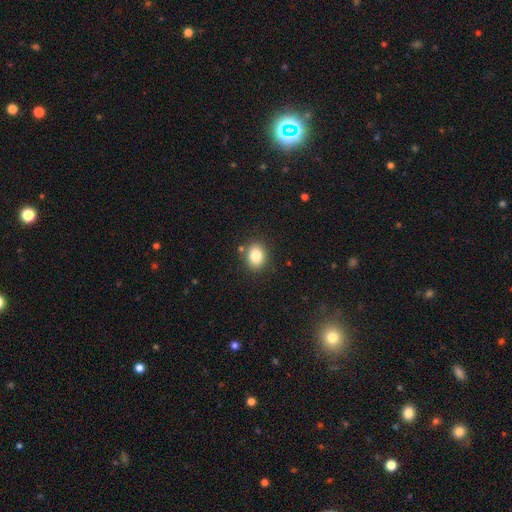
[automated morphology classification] Smooth or featured: smooth — 82% (star or artifact — 10%)
How rounded: round — 51% (in between — 49%)
Merging: none — 83% (minor disturbance — 10%)